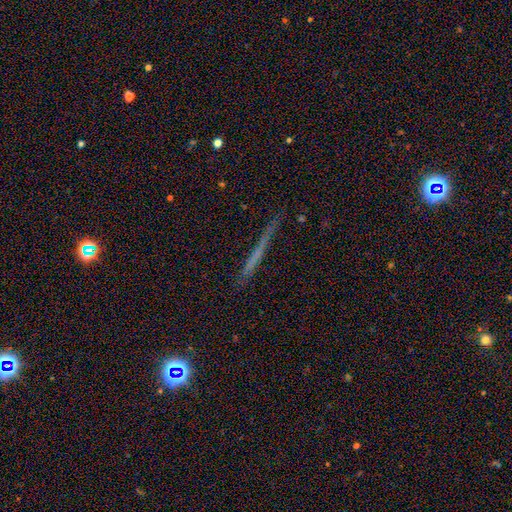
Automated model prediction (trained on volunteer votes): Morphology: type=featured or disk (41%); merging=none (87%).